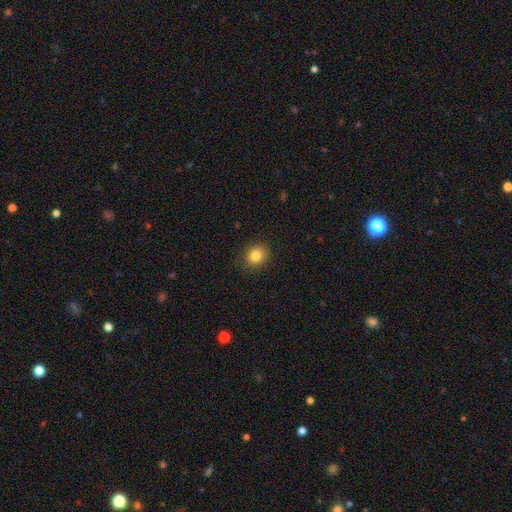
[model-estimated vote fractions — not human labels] Smooth or featured? Predicted: smooth (p=0.83). How rounded? Predicted: round (p=0.68). Merging? Predicted: none (p=0.88).